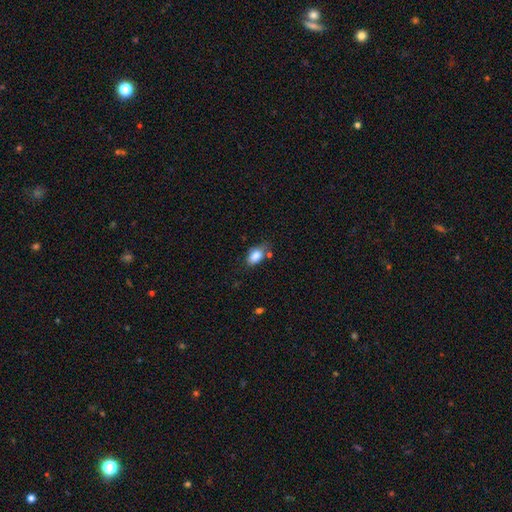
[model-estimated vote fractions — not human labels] A smooth galaxy with no disk features (84%) that is in between round and cigar-shaped (87%).

Vote fractions:
- Smooth or featured? smooth: 84% / star or artifact: 8% / featured or disk: 8%
- How rounded? in between: 87% / round: 10% / cigar-shaped: 2%
- Merging? none: 59% / minor disturbance: 28% / major disturbance: 7% / merger: 6%